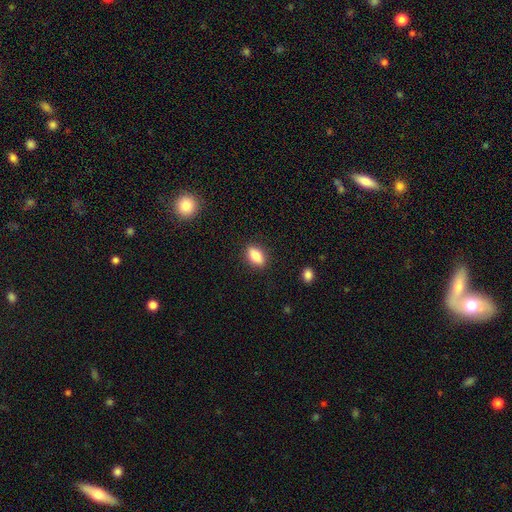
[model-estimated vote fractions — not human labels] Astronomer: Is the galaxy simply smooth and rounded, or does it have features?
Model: smooth — 82%.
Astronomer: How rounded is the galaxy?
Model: in between — 82%.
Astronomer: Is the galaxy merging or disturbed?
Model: none — 87%.